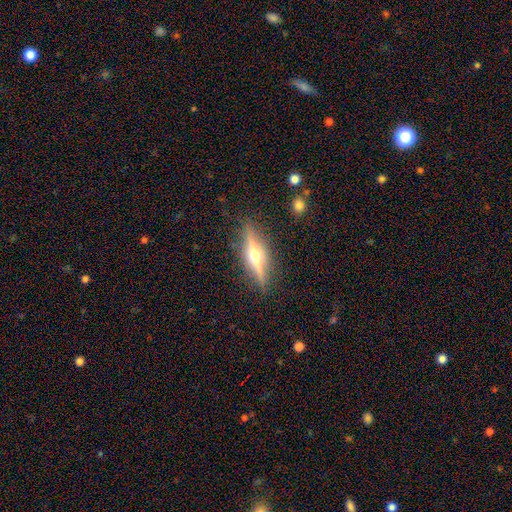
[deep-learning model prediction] A featured or disk galaxy (73%) viewed edge-on (96%) with a rounded central bulge (93%).

Vote fractions:
- Smooth or featured? featured or disk: 73% / smooth: 20% / star or artifact: 6%
- Edge-on disk? yes: 96% / no: 4%
- Edge-on bulge? rounded: 93% / boxy: 4% / none: 3%
- Merging? none: 87% / minor disturbance: 9% / major disturbance: 2% / merger: 1%